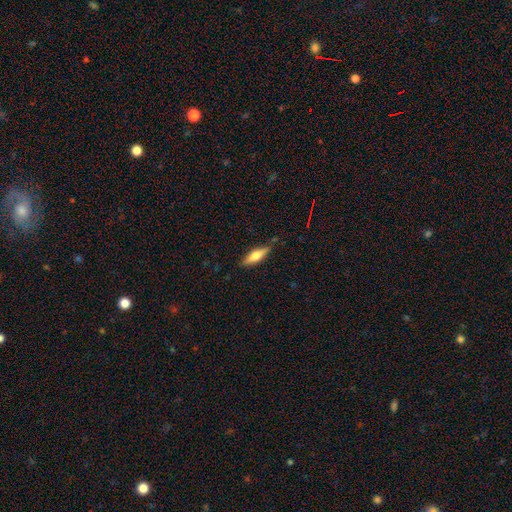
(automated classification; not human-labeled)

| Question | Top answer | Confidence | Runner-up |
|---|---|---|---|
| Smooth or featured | smooth | 56% | featured or disk (38%) |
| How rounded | cigar-shaped | 57% | in between (41%) |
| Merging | none | 84% | minor disturbance (12%) |